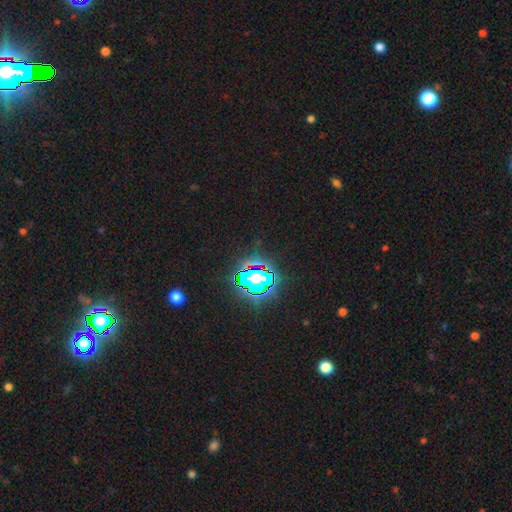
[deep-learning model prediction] Smooth or featured?
  - star or artifact: 76% *
  - smooth: 14%
  - featured or disk: 10%